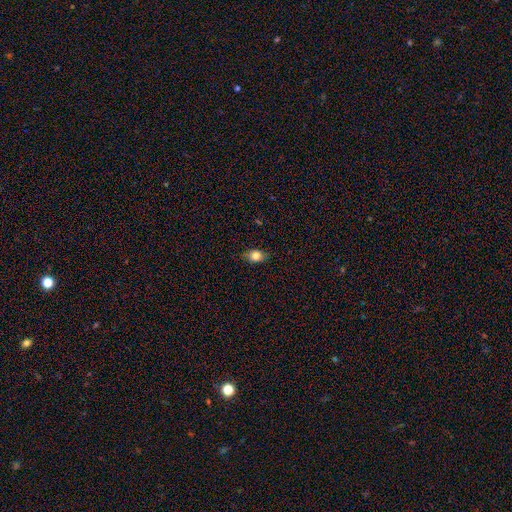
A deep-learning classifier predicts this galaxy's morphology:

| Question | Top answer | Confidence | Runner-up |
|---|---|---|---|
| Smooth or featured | smooth | 81% | featured or disk (10%) |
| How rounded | in between | 68% | round (30%) |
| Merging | none | 78% | minor disturbance (17%) |